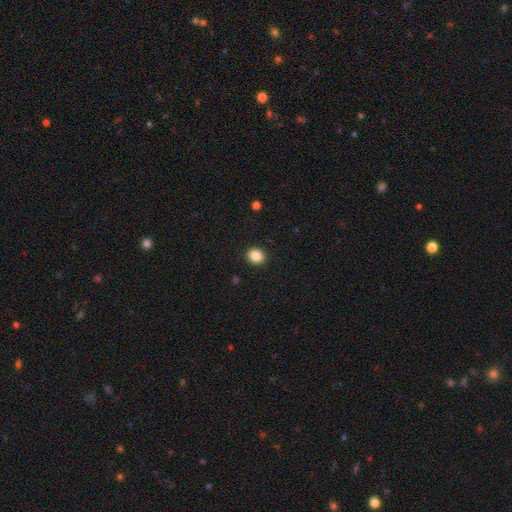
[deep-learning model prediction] Overall: smooth (86%). How rounded: round (78%). Merging: none (92%).